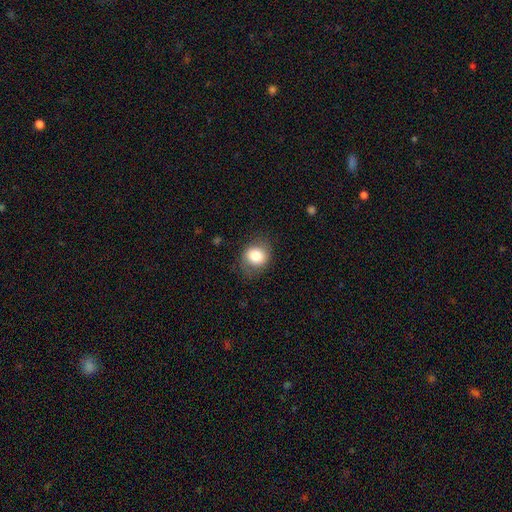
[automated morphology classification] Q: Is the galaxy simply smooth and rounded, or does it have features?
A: smooth — 80%.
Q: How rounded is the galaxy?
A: round — 68%.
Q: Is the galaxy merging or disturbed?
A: none — 76%.